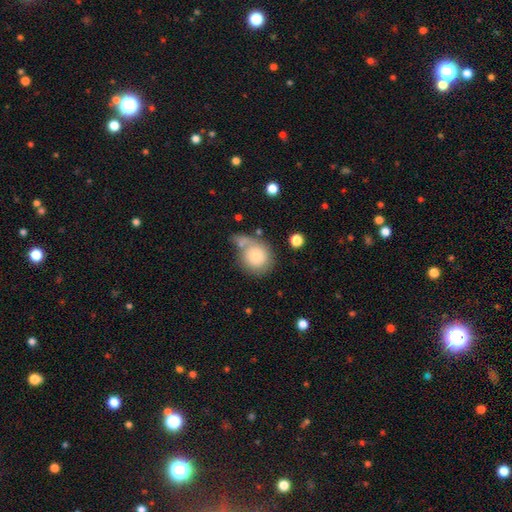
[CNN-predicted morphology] type=smooth (73%); roundness=round (77%); merging=none (40%).